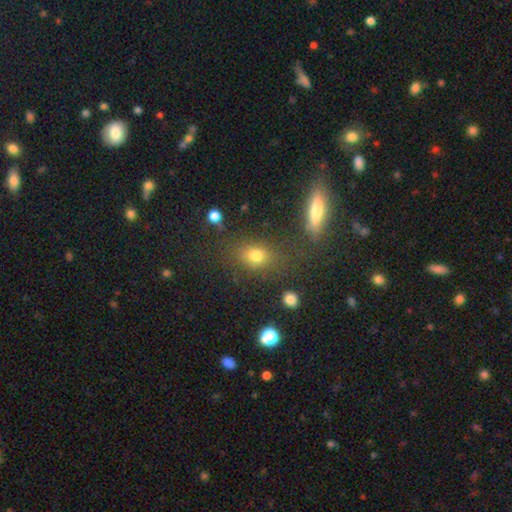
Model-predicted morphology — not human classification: type=smooth (74%); roundness=in between (60%); merging=none (75%).